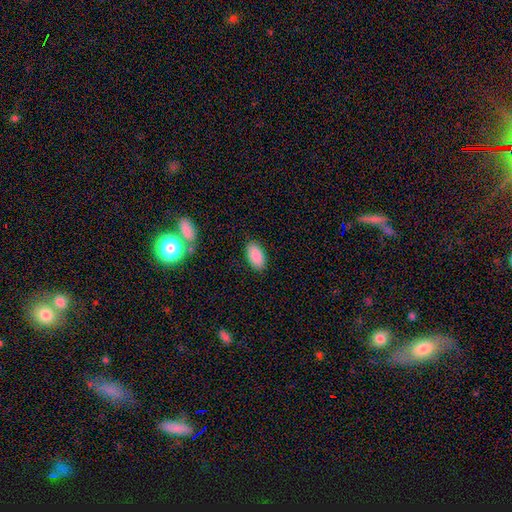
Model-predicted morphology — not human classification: smooth_or_featured: smooth (p=0.89) [alt: star or artifact p=0.07]
how_rounded: in between (p=0.94) [alt: round p=0.03]
merging: none (p=0.86) [alt: minor disturbance p=0.10]